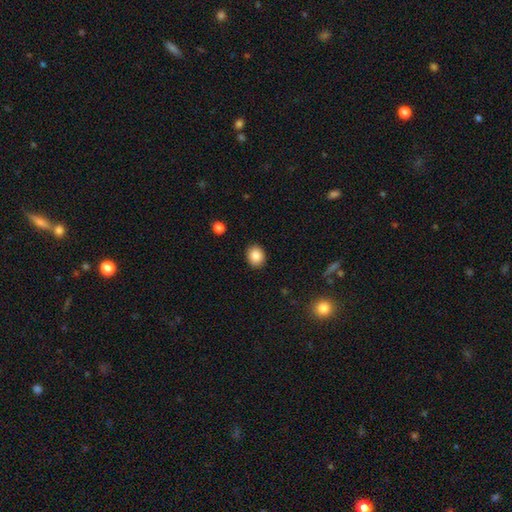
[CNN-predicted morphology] Smooth or featured?
  - smooth: 87% *
  - star or artifact: 9%
  - featured or disk: 4%
How rounded?
  - round: 66% *
  - in between: 33%
  - cigar-shaped: 1%
Merging?
  - none: 91% *
  - minor disturbance: 6%
  - major disturbance: 2%
  - merger: 1%